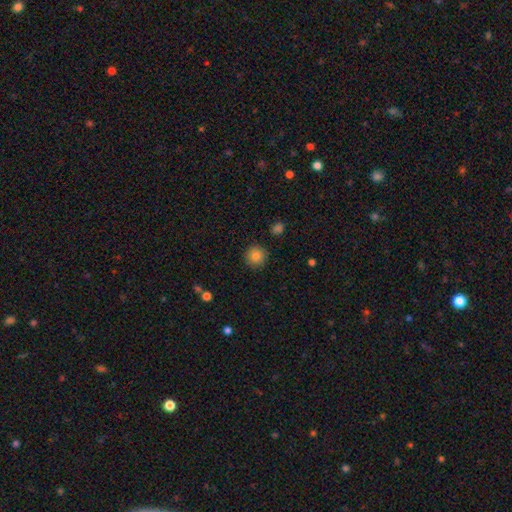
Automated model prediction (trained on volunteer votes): Smooth or featured? Predicted: smooth (p=0.84). How rounded? Predicted: round (p=0.94). Merging? Predicted: none (p=0.90).